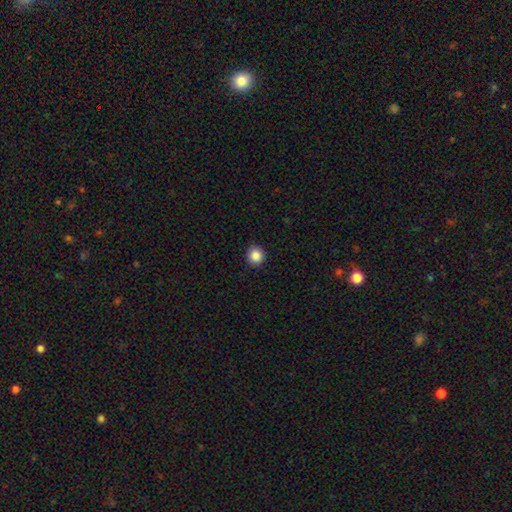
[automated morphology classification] Smooth or featured? smooth (87%)
How rounded? round (92%)
Merging? none (91%)